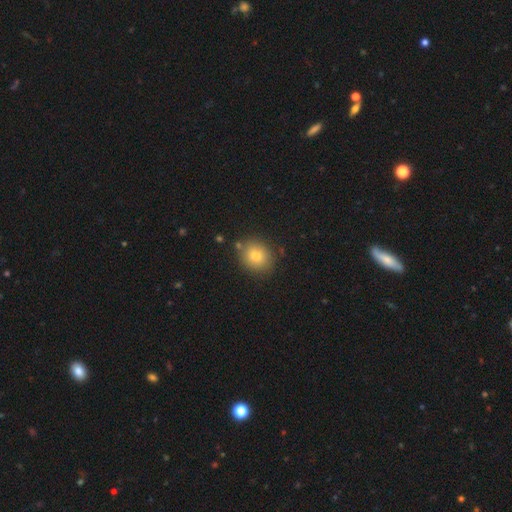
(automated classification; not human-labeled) Q: Smooth or featured?
A: smooth (80%); runner-up: star or artifact (11%)
Q: How rounded?
A: round (72%); runner-up: in between (27%)
Q: Merging?
A: none (84%); runner-up: minor disturbance (10%)